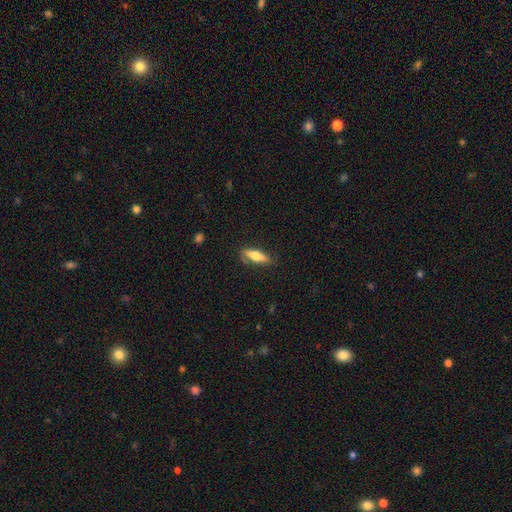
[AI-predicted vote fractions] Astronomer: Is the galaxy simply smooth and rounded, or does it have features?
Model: smooth — 64%.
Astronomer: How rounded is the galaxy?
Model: cigar-shaped — 56% (runner-up: in between, 41%).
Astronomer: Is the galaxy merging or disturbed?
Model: none — 79%.